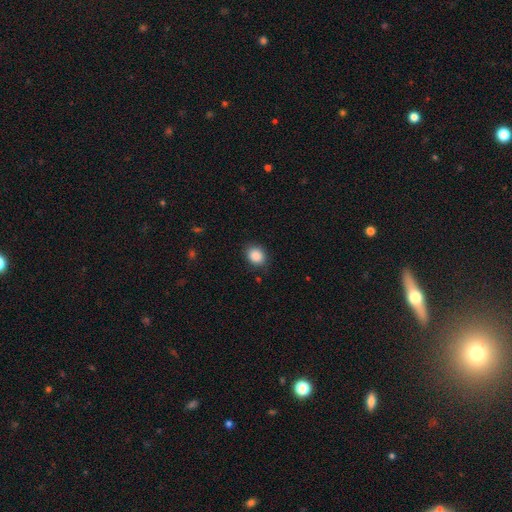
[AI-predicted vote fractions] Q: Smooth or featured?
A: smooth (88%); runner-up: star or artifact (9%)
Q: How rounded?
A: round (55%); runner-up: in between (44%)
Q: Merging?
A: none (84%); runner-up: minor disturbance (12%)